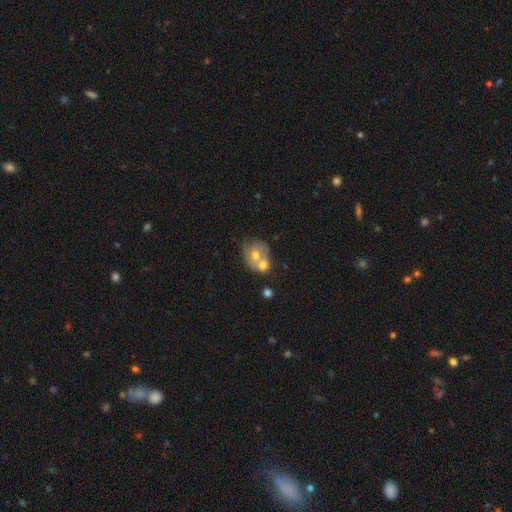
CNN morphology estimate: smooth-or-featured: smooth: 52% | featured or disk: 40% | star or artifact: 8%
  how-rounded: round: 60% | in between: 39% | cigar-shaped: 1%
  merging: merger: 59% | none: 24% | minor disturbance: 11% | major disturbance: 6%